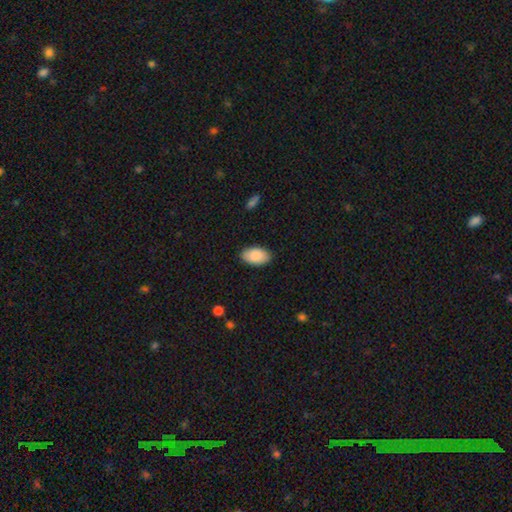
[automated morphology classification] A smooth galaxy with no disk features (88%) that is in between round and cigar-shaped (95%). Merging: none (87%).